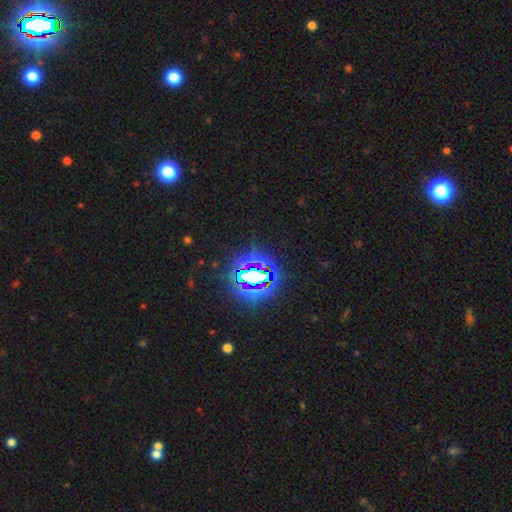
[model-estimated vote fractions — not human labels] Smooth or featured?
  - star or artifact: 81% *
  - smooth: 11%
  - featured or disk: 8%